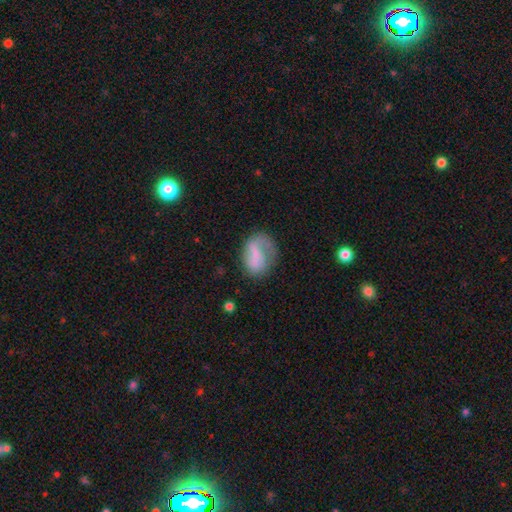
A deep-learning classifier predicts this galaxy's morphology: A smooth galaxy with no disk features (58%) that is in between round and cigar-shaped (64%). Merging: none (43%).